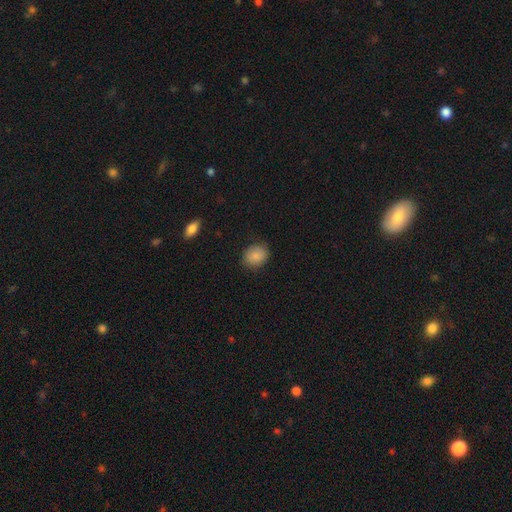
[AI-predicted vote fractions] This appears to be a smooth galaxy with no disk features (86%) that is round (65%). Merging: none (83%).